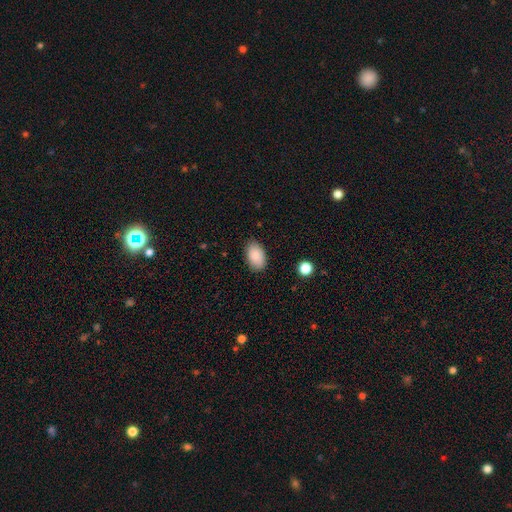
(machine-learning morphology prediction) type=smooth (88%); roundness=in between (92%); merging=none (84%).